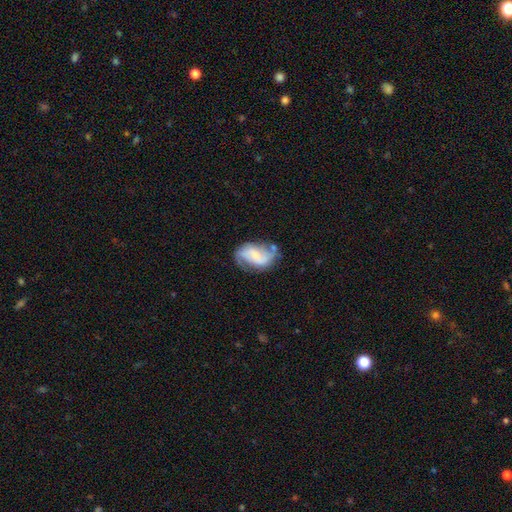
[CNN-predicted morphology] The model was most divided on "spiral winding": loose: 43%, medium: 40%, tight: 17%. Remaining: edge-on disk — no (97%); spiral arms — yes (91%); spiral arm count — 2 (83%); smooth or featured — featured or disk (72%); merging — none (55%); bulge size — small (54%); bar — weak (43%).